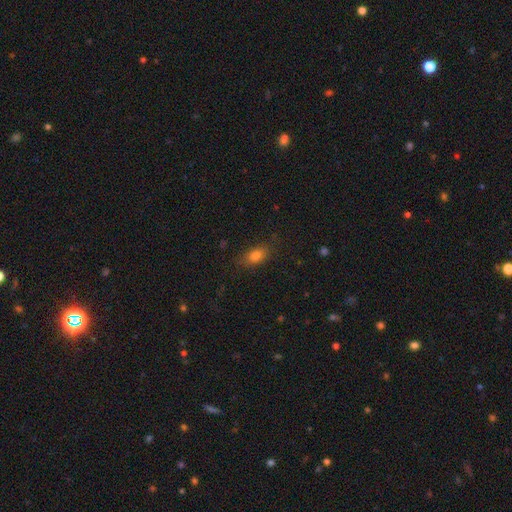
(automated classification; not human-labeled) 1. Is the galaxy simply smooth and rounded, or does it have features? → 80% smooth, 11% star or artifact, 10% featured or disk.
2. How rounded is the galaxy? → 80% in between, 13% round, 6% cigar-shaped.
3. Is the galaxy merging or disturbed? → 79% none, 16% minor disturbance, 4% major disturbance, 1% merger.